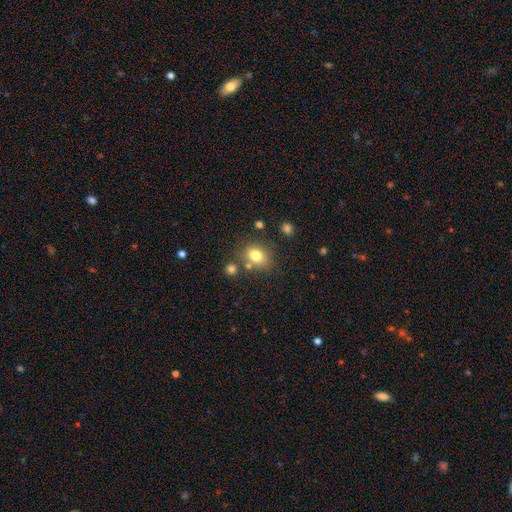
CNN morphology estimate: A smooth galaxy with no disk features (79%) that is round (50%).

Vote fractions:
- Smooth or featured? smooth: 79% / star or artifact: 11% / featured or disk: 10%
- How rounded? round: 50% / in between: 49% / cigar-shaped: 1%
- Merging? none: 69% / minor disturbance: 14% / merger: 13% / major disturbance: 4%